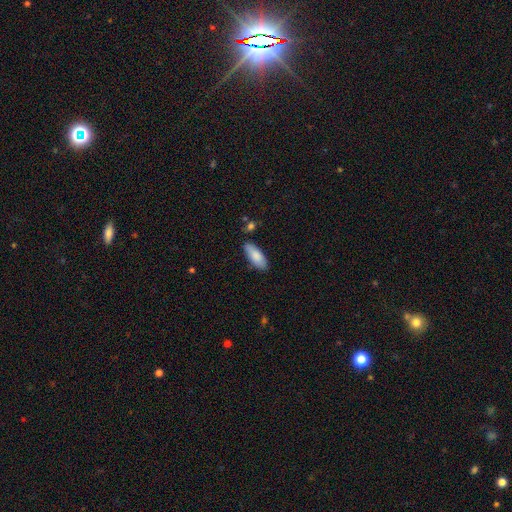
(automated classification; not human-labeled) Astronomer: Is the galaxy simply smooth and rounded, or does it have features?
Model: smooth — 85%.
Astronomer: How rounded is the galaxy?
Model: in between — 77%.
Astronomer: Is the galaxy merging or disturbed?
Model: none — 83%.